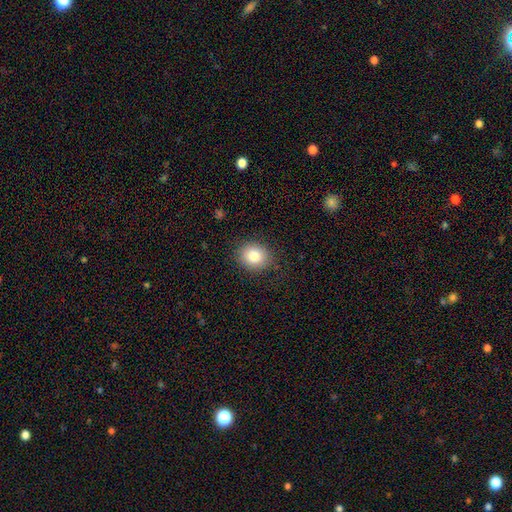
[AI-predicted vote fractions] A smooth galaxy with no disk features (84%) that is round (64%).

Vote fractions:
- Smooth or featured? smooth: 84% / star or artifact: 9% / featured or disk: 7%
- How rounded? round: 64% / in between: 36% / cigar-shaped: 1%
- Merging? none: 86% / minor disturbance: 10% / major disturbance: 3% / merger: 1%